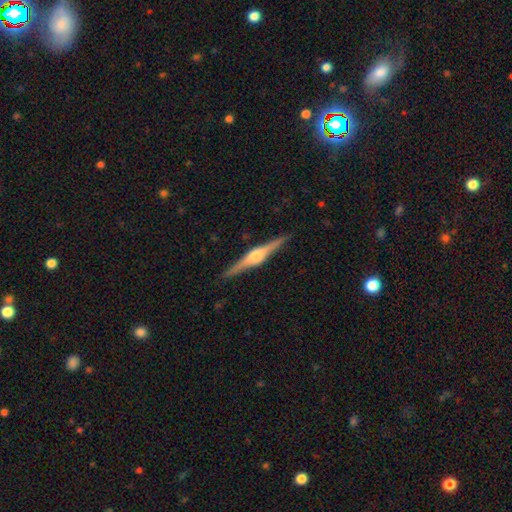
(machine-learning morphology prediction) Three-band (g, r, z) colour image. It shows a featured or disk galaxy (82%) viewed edge-on (98%) with a rounded central bulge (89%). Merging: none (91%).